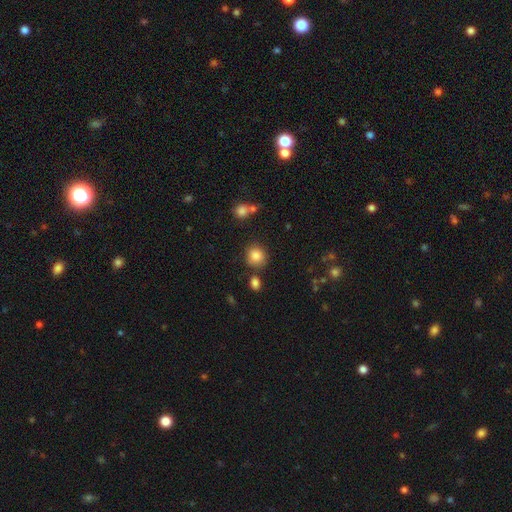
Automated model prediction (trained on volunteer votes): Smooth or featured? Predicted: smooth (p=0.85). How rounded? Predicted: round (p=0.83). Merging? Predicted: none (p=0.79).